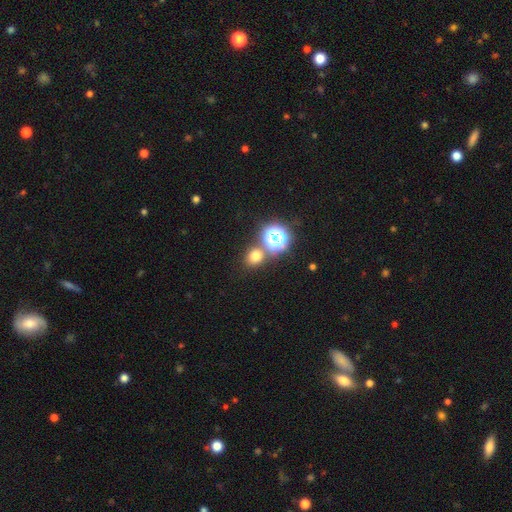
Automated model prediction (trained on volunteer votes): smooth-or-featured: smooth: 66% | star or artifact: 27% | featured or disk: 7%
  how-rounded: round: 76% | in between: 23% | cigar-shaped: 1%
  merging: none: 74% | merger: 15% | minor disturbance: 8% | major disturbance: 3%